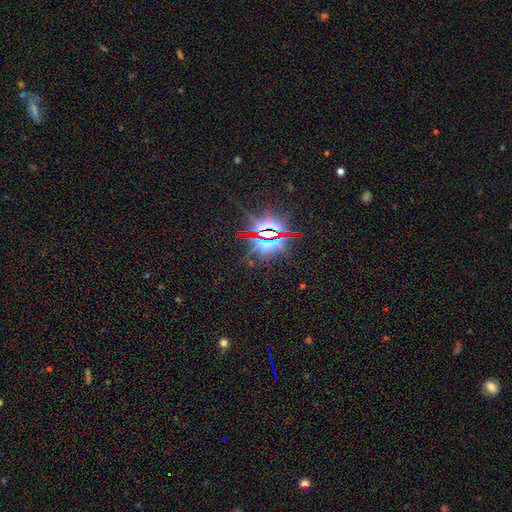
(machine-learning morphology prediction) smooth-or-featured: star or artifact: 86% | smooth: 7% | featured or disk: 6%